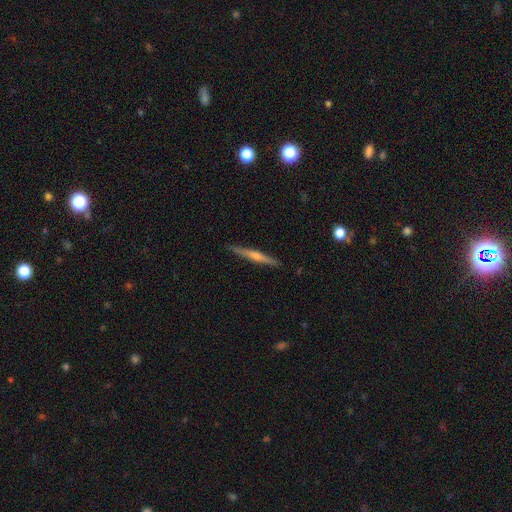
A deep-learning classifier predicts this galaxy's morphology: This appears to be a featured or disk galaxy (72%) viewed edge-on (98%) with a rounded central bulge (79%). Merging: none (91%).